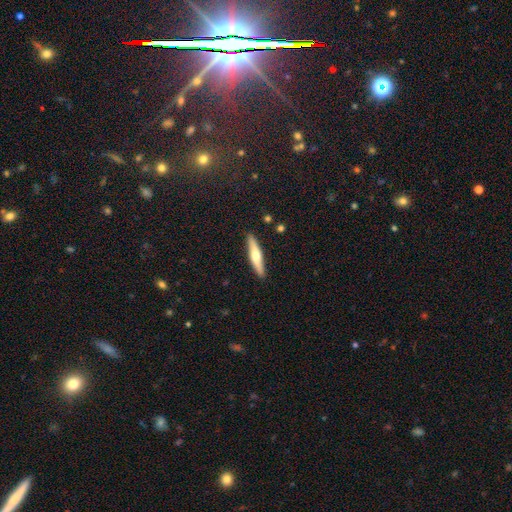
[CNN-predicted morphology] This is possibly a smooth galaxy (48%). Merging: clearly none (90%).